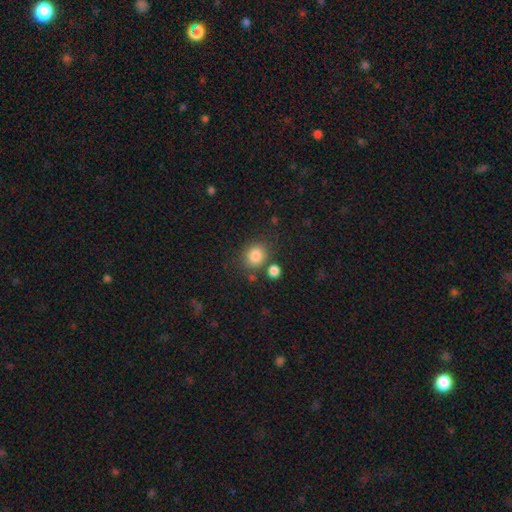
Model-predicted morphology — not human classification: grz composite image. It shows a smooth galaxy with no disk features (84%) that is round (76%). Merging: none (75%).